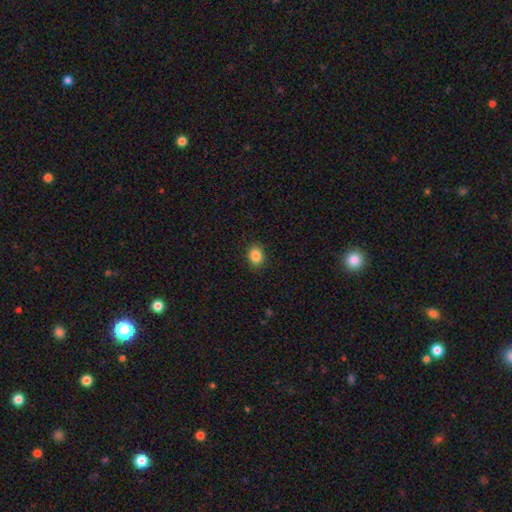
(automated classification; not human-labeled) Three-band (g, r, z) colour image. It shows a smooth galaxy with no disk features (86%) that is in between round and cigar-shaped (56%). Merging: none (90%).